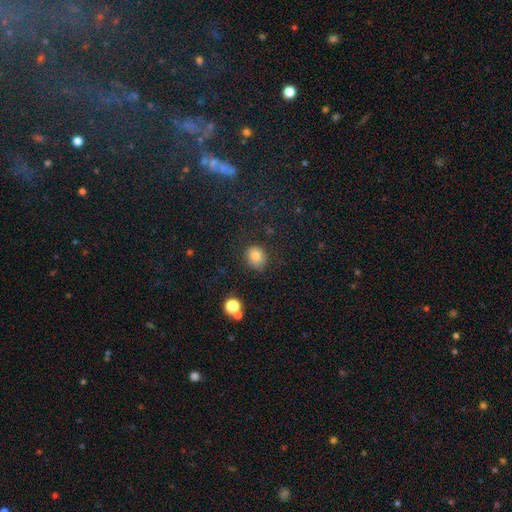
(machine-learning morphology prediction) Q: Smooth or featured?
A: smooth (79%); runner-up: star or artifact (12%)
Q: How rounded?
A: round (77%); runner-up: in between (22%)
Q: Merging?
A: none (82%); runner-up: minor disturbance (12%)